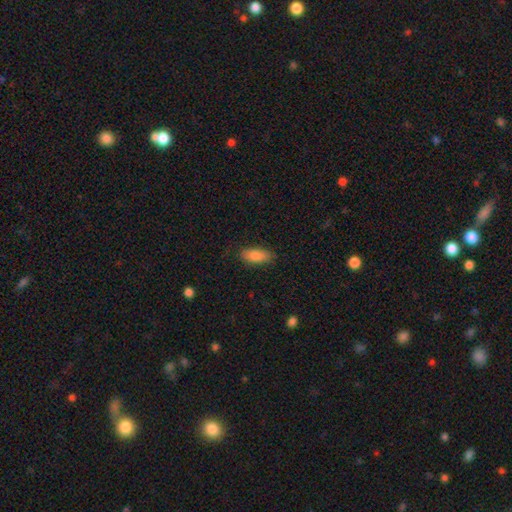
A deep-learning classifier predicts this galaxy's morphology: type=smooth (87%); roundness=in between (85%); merging=none (84%).